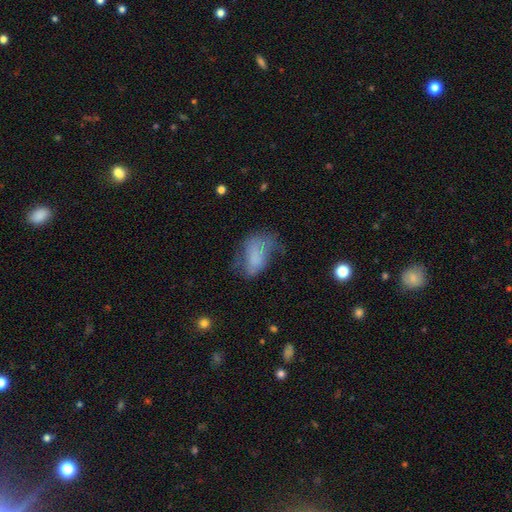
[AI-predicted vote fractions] Q: Smooth or featured?
A: smooth (59%); runner-up: featured or disk (29%)
Q: How rounded?
A: in between (90%); runner-up: round (8%)
Q: Merging?
A: major disturbance (34%); runner-up: none (32%)